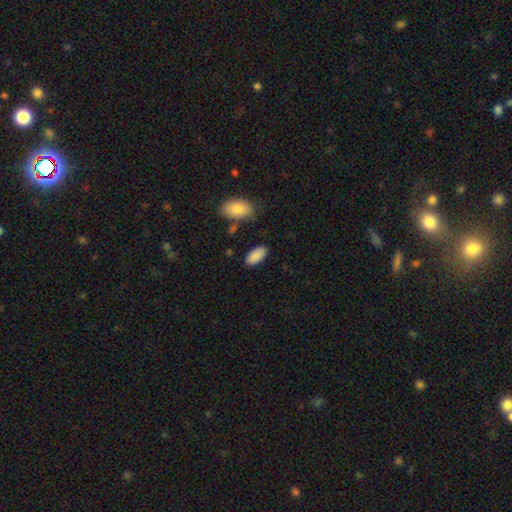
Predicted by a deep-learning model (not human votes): Smooth or featured? smooth (89%)
How rounded? in between (92%)
Merging? none (85%)